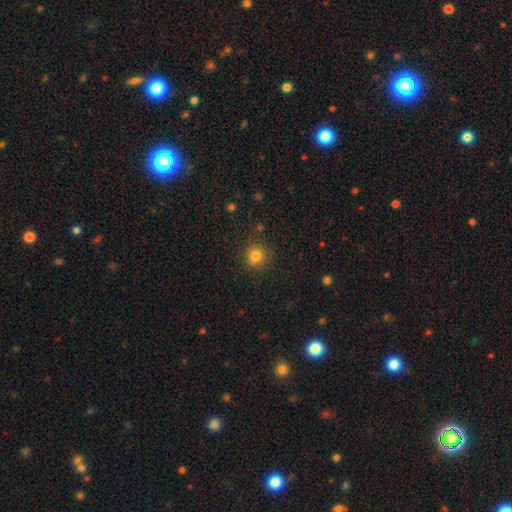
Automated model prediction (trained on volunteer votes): This appears to be a smooth galaxy with no disk features (79%) that is round (90%). Merging: none (83%).